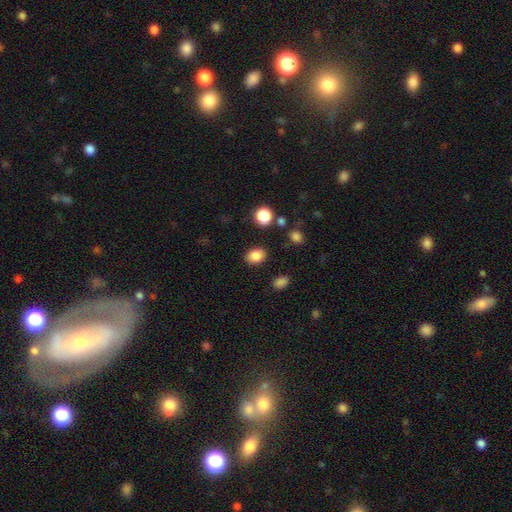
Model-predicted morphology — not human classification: Smooth or featured? Predicted: smooth (p=0.85). How rounded? Predicted: in between (p=0.70). Merging? Predicted: none (p=0.86).